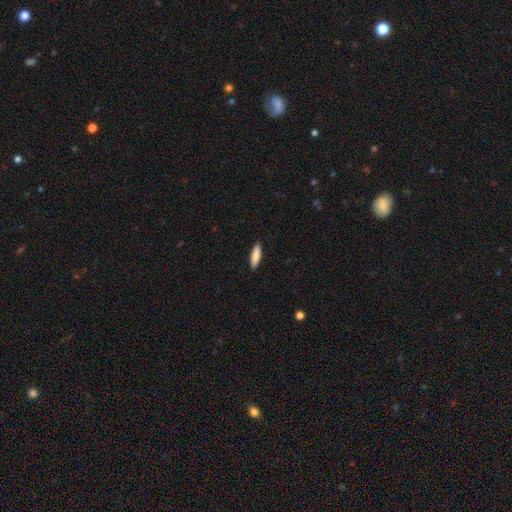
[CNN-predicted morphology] Smooth or featured? smooth (84%)
How rounded? cigar-shaped (66%)
Merging? none (90%)